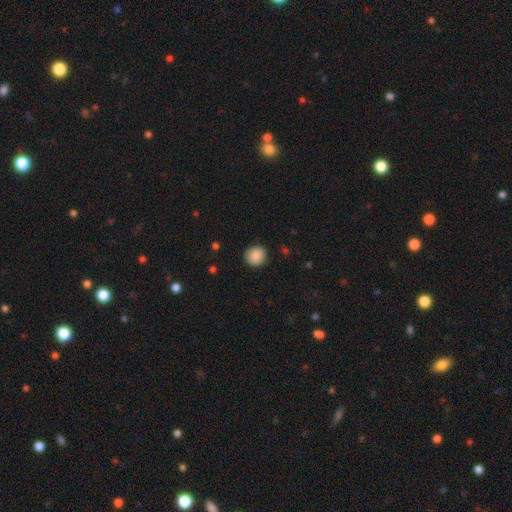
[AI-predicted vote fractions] smooth-or-featured: smooth: 88% | star or artifact: 8% | featured or disk: 4%
  how-rounded: round: 89% | in between: 10% | cigar-shaped: 1%
  merging: none: 89% | minor disturbance: 8% | major disturbance: 2% | merger: 1%